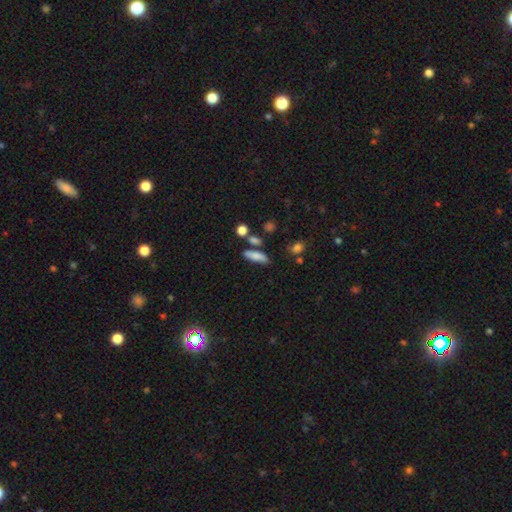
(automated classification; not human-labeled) Overall: smooth (74%). How rounded: in between (49%; cigar-shaped 46%). Merging: none (64%).